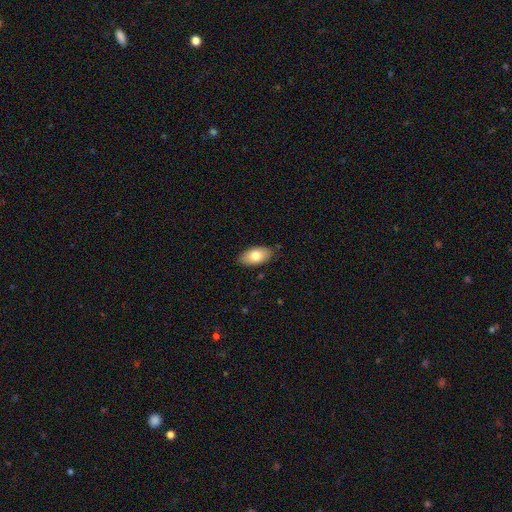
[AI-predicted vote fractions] This is likely a smooth galaxy (77%). How rounded: clearly in between (93%). Merging: clearly none (84%).